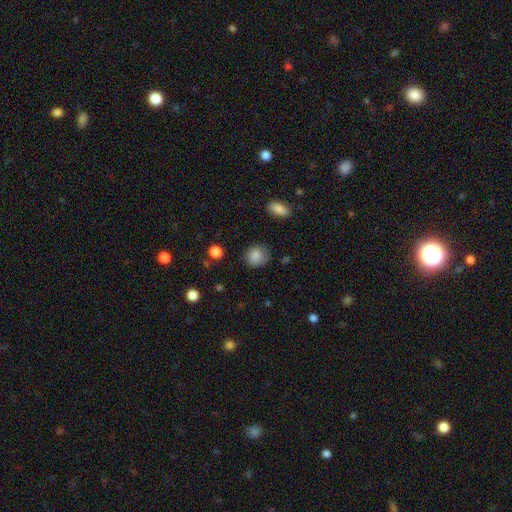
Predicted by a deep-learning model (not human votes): A smooth galaxy with no disk features (85%) that is round (75%). Merging: none (73%).